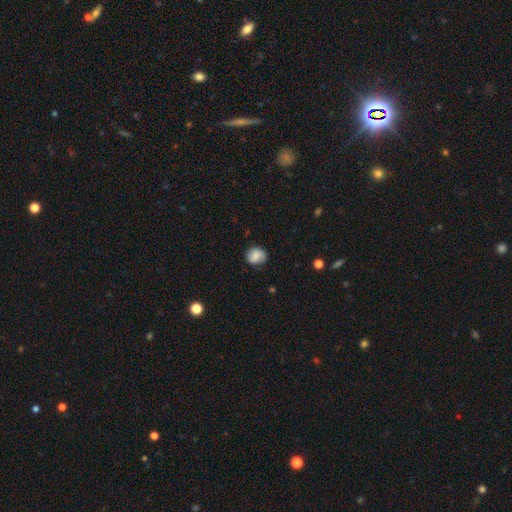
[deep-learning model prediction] This is likely a smooth galaxy (71%). How rounded: likely round (67%). Merging: likely none (68%).